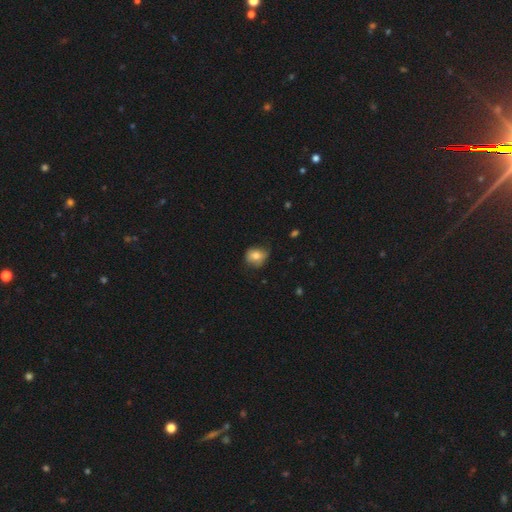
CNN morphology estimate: A smooth galaxy with no disk features (76%) that is round (64%). Merging: none (61%).